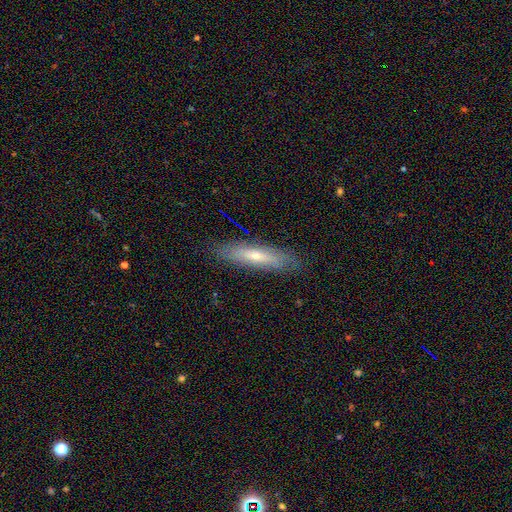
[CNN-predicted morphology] smooth_or_featured: smooth (p=0.48) [alt: featured or disk p=0.45]
merging: none (p=0.85) [alt: minor disturbance p=0.12]